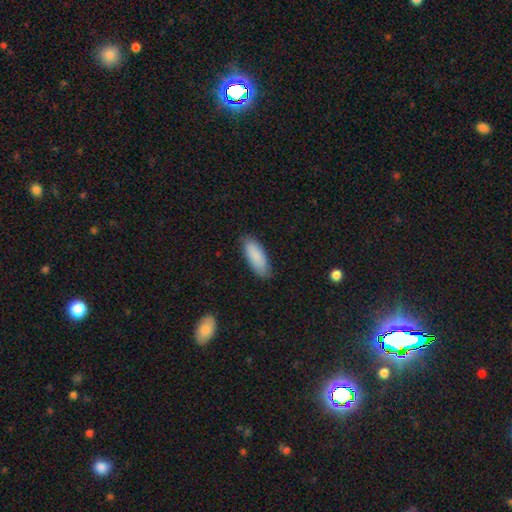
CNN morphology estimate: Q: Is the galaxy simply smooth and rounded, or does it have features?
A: smooth — 88%.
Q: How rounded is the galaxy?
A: in between — 70%.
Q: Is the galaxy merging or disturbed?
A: none — 83%.